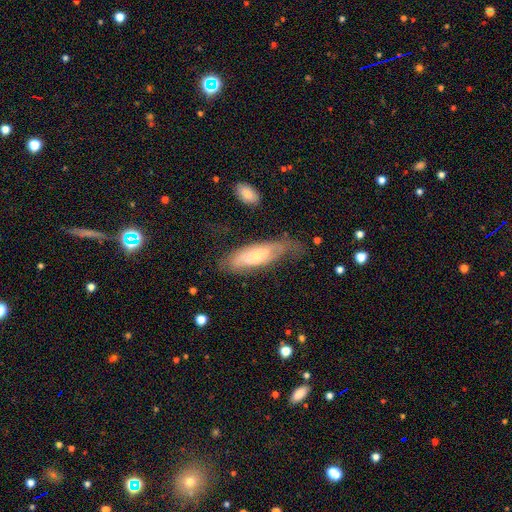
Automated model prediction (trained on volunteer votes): smooth-or-featured: featured or disk: 59% | smooth: 34% | star or artifact: 7%
  disk-edge-on: no: 80% | yes: 20%
  merging: none: 52% | minor disturbance: 28% | major disturbance: 16% | merger: 4%